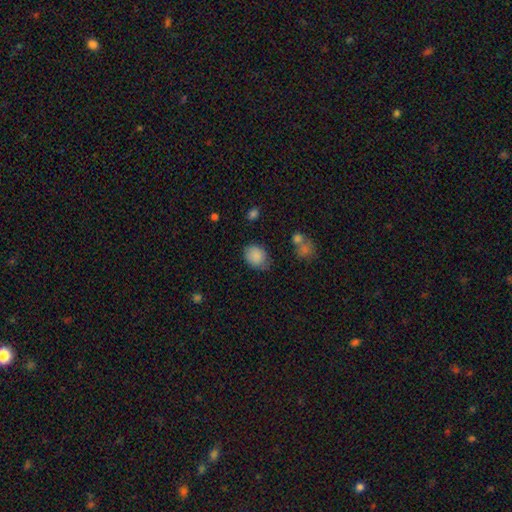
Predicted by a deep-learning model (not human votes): smooth-or-featured: smooth: 87% | star or artifact: 8% | featured or disk: 5%
  how-rounded: in between: 56% | round: 43% | cigar-shaped: 1%
  merging: none: 70% | minor disturbance: 22% | major disturbance: 5% | merger: 3%